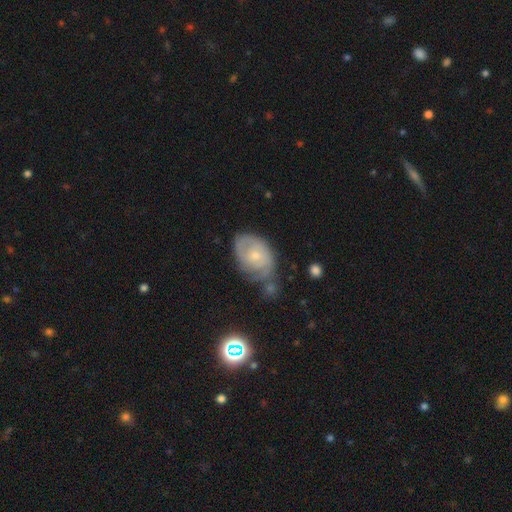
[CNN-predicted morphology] Smooth or featured? Predicted: featured or disk (p=0.61). Edge-on disk? Predicted: no (p=0.96). Bar? Predicted: no (p=0.68). Spiral arms? Predicted: yes (p=0.81). Bulge size? Predicted: small (p=0.62). Merging? Predicted: none (p=0.45).